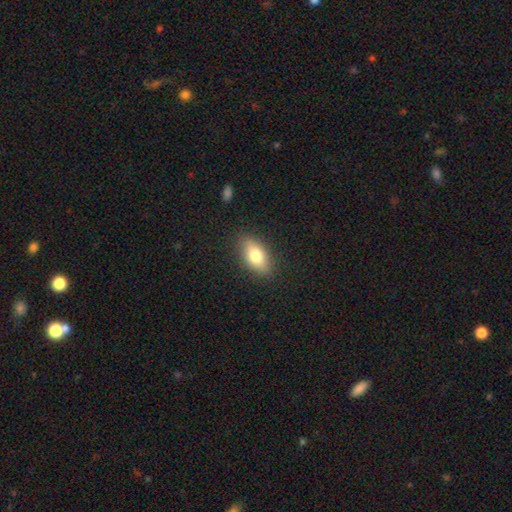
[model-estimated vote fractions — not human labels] A smooth galaxy with no disk features (75%) that is in between round and cigar-shaped (86%).

Vote fractions:
- Smooth or featured? smooth: 75% / featured or disk: 17% / star or artifact: 7%
- How rounded? in between: 86% / cigar-shaped: 9% / round: 5%
- Merging? none: 86% / minor disturbance: 10% / major disturbance: 2% / merger: 1%